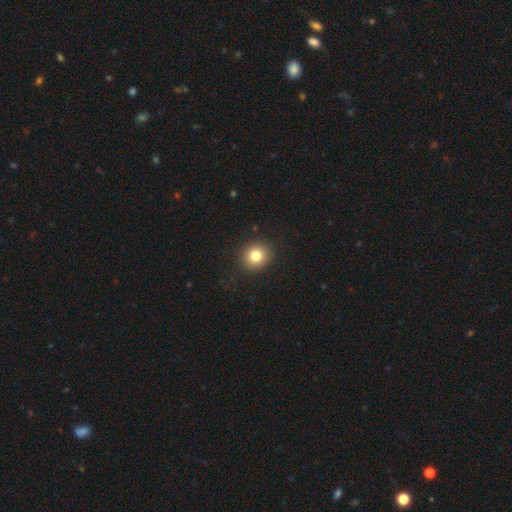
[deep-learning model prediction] A smooth galaxy with no disk features (80%) that is round (83%).

Vote fractions:
- Smooth or featured? smooth: 80% / star or artifact: 11% / featured or disk: 8%
- How rounded? round: 83% / in between: 17% / cigar-shaped: 1%
- Merging? none: 90% / minor disturbance: 7% / major disturbance: 2% / merger: 1%